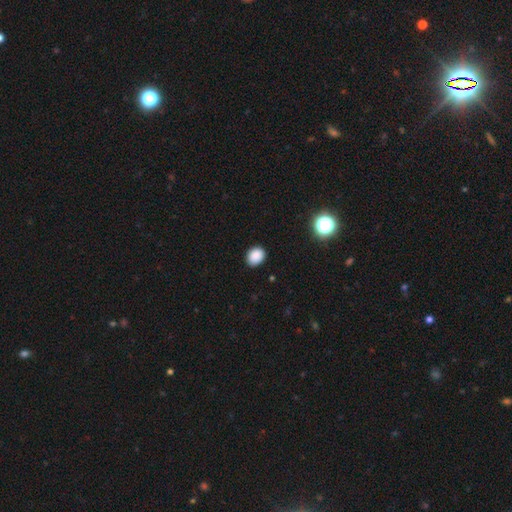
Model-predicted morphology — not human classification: Smooth or featured? smooth (88%)
How rounded? in between (53%)
Merging? none (88%)